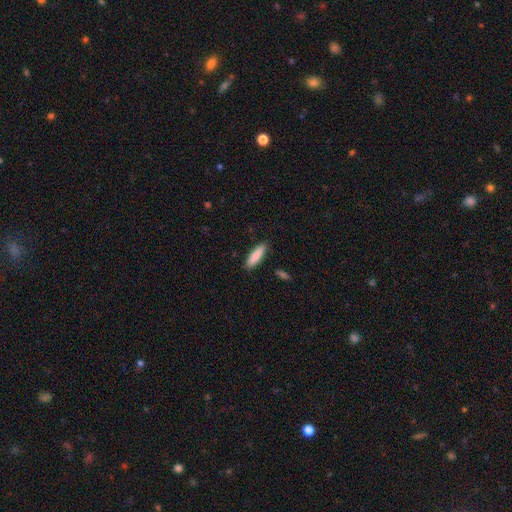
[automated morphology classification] Q: Smooth or featured?
A: smooth (86%); runner-up: featured or disk (8%)
Q: How rounded?
A: cigar-shaped (63%); runner-up: in between (36%)
Q: Merging?
A: none (88%); runner-up: minor disturbance (8%)